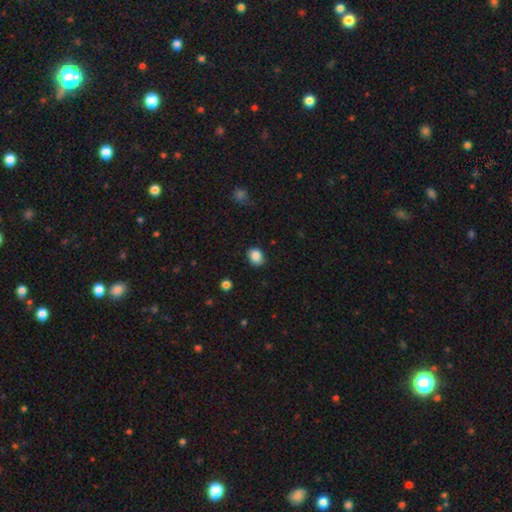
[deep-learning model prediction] This is clearly a smooth galaxy (87%). How rounded: possibly in between (51%). Merging: likely none (79%).